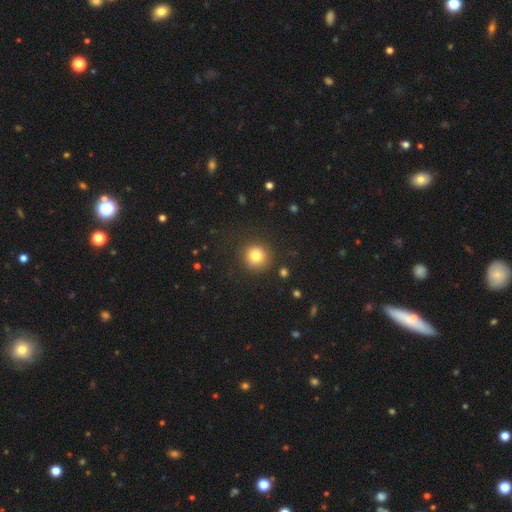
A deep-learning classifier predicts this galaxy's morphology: Smooth or featured? Predicted: smooth (p=0.79). How rounded? Predicted: round (p=0.93). Merging? Predicted: none (p=0.85).